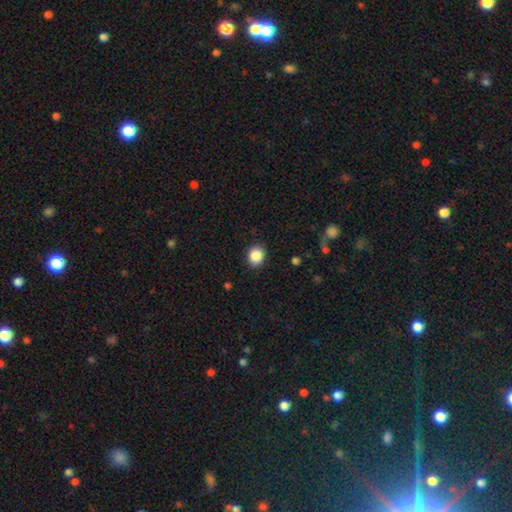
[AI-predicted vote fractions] A smooth galaxy with no disk features (87%) that is round (64%).

Vote fractions:
- Smooth or featured? smooth: 87% / star or artifact: 9% / featured or disk: 4%
- How rounded? round: 64% / in between: 35% / cigar-shaped: 1%
- Merging? none: 88% / minor disturbance: 8% / major disturbance: 2% / merger: 1%